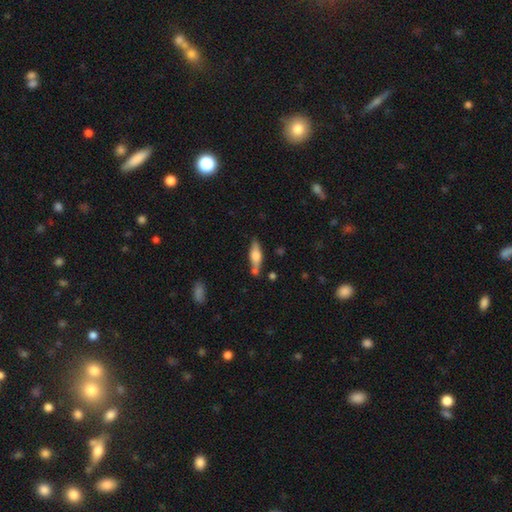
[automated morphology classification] smooth_or_featured: smooth (p=0.52) [alt: featured or disk p=0.42]
how_rounded: cigar-shaped (p=0.52) [alt: in between p=0.45]
merging: none (p=0.68) [alt: minor disturbance p=0.16]